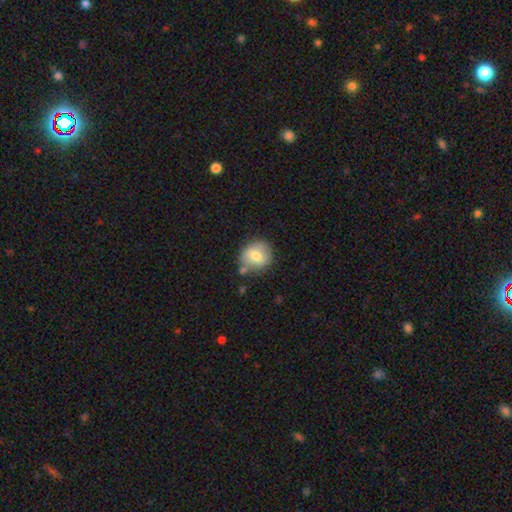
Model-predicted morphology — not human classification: Smooth or featured: smooth — 71% (featured or disk — 21%)
How rounded: round — 81% (in between — 18%)
Merging: none — 68% (minor disturbance — 19%)